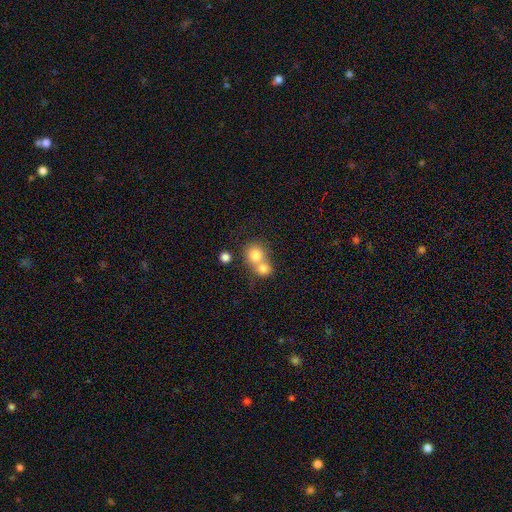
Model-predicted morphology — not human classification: This is likely a smooth galaxy (78%). How rounded: clearly round (82%). Merging: likely merger (61%).